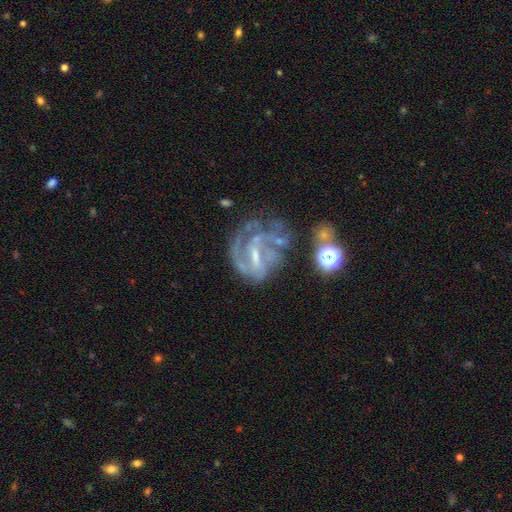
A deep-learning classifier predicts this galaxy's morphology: smooth-or-featured: featured or disk: 79% | star or artifact: 11% | smooth: 10%
  disk-edge-on: no: 98% | yes: 2%
    bar: weak: 49% | strong: 27% | no: 24%
    has-spiral-arms: yes: 79% | no: 21%
      spiral-winding: medium: 42% | tight: 40% | loose: 18%
      spiral-arm-count: can't tell: 35% | 2: 28% | 3: 18% | 1: 10% | 4: 5% | more than 4: 4%
    bulge-size: small: 43% | moderate: 27% | none: 27% | large: 2% | dominant: 1%
  merging: none: 40% | major disturbance: 31% | minor disturbance: 21% | merger: 8%